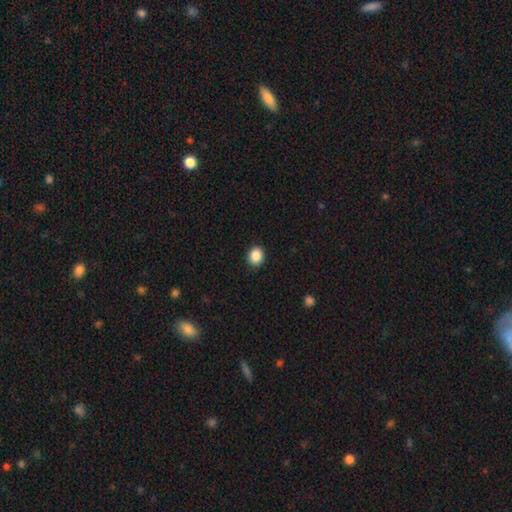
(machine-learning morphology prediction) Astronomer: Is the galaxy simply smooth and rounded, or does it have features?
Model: smooth — 88%.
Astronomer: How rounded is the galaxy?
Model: round — 61% (runner-up: in between, 38%).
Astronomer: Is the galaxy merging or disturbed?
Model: none — 90%.